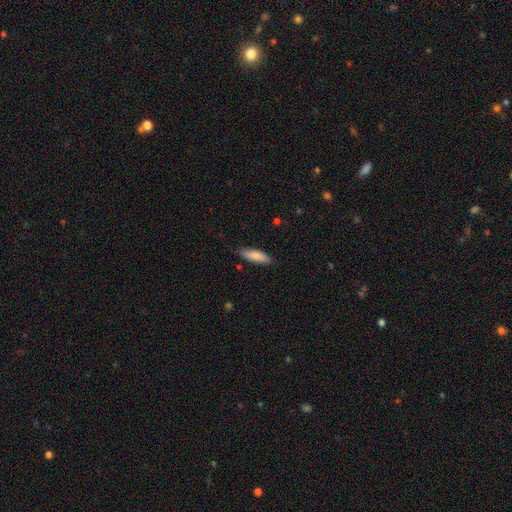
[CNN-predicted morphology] Overall: smooth (83%). How rounded: cigar-shaped (51%; in between 47%). Merging: none (79%).